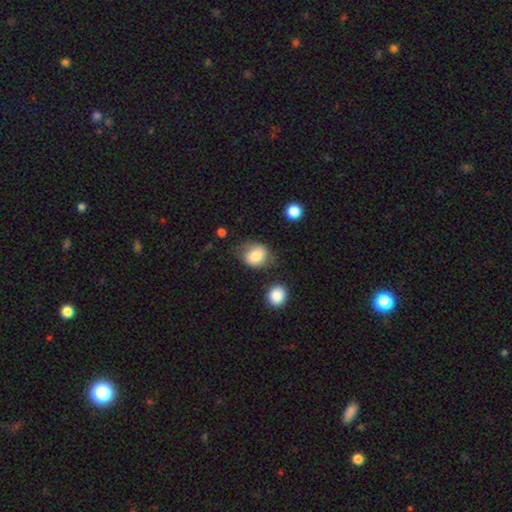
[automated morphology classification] The model was most divided on "how rounded": round: 54%, in between: 45%, cigar-shaped: 1%. More confident: smooth or featured — smooth (75%); merging — none (62%).